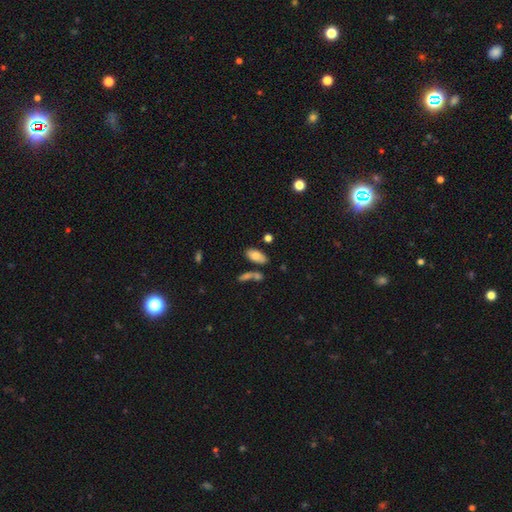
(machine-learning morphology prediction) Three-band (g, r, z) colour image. It shows a smooth galaxy with no disk features (76%) that is in between round and cigar-shaped (90%). Merging: none (68%).